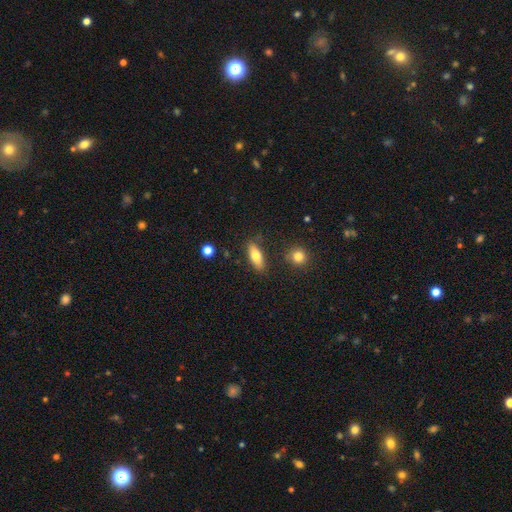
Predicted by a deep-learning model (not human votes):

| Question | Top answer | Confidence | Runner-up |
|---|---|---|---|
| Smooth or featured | smooth | 75% | featured or disk (18%) |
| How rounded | in between | 71% | cigar-shaped (25%) |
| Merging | none | 80% | minor disturbance (13%) |